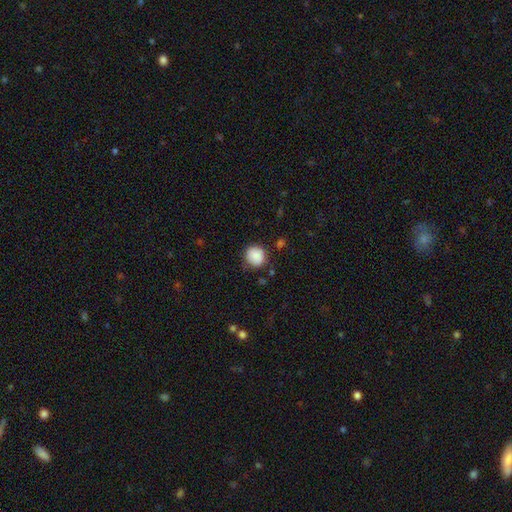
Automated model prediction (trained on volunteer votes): A smooth galaxy with no disk features (87%) that is round (85%).

Vote fractions:
- Smooth or featured? smooth: 87% / star or artifact: 8% / featured or disk: 5%
- How rounded? round: 85% / in between: 14% / cigar-shaped: 1%
- Merging? none: 79% / minor disturbance: 15% / major disturbance: 4% / merger: 2%